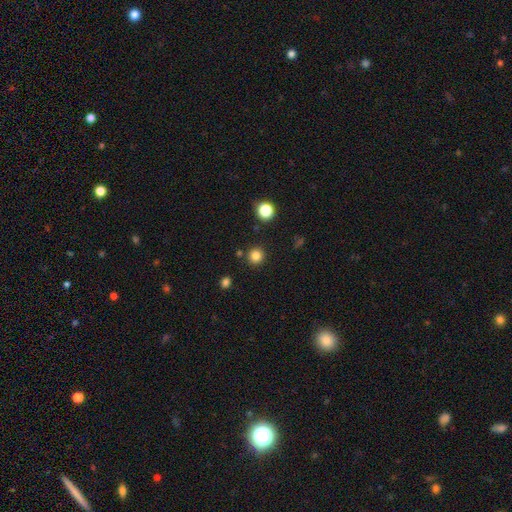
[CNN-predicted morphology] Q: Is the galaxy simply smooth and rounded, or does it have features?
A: smooth — 83%.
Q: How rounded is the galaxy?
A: round — 94%.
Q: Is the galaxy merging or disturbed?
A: none — 88%.